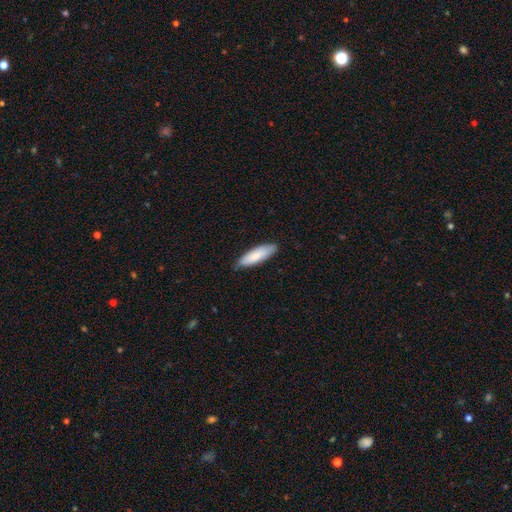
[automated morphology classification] smooth 84%, featured or disk 11%, star or artifact 5%. Down the decision tree: how rounded — cigar-shaped (50%); merging — none (80%).